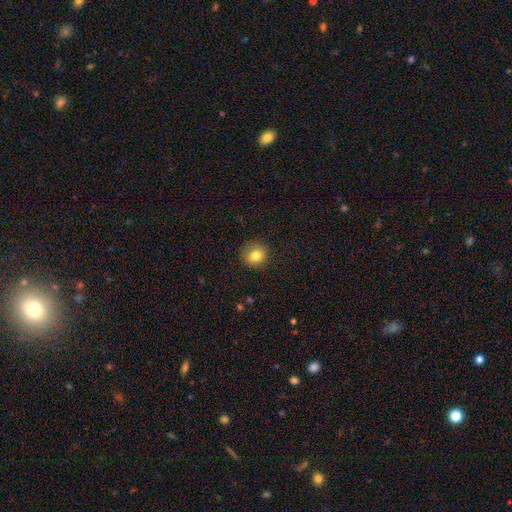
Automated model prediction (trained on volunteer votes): Morphology: type=smooth (82%); roundness=round (84%); merging=none (87%).